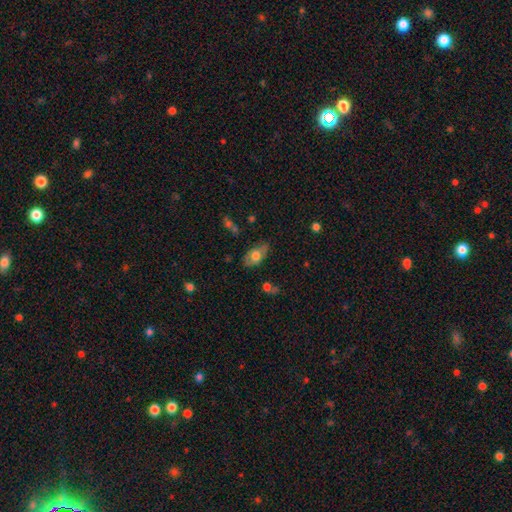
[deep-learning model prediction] Overall: smooth (61%; featured or disk 32%). How rounded: in between (90%). Merging: none (74%).